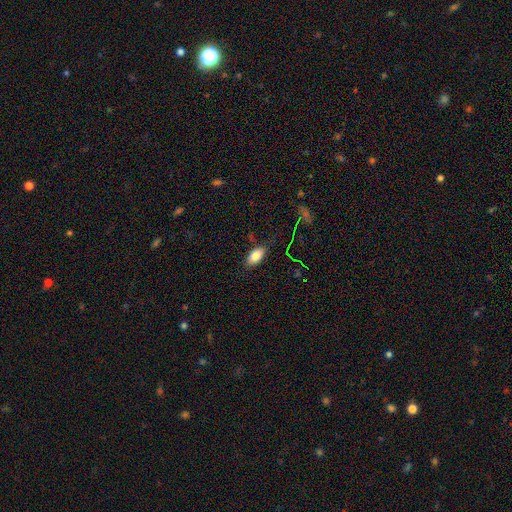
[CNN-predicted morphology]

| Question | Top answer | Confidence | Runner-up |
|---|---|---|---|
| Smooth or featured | smooth | 81% | featured or disk (10%) |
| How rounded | in between | 91% | cigar-shaped (5%) |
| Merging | none | 81% | minor disturbance (14%) |